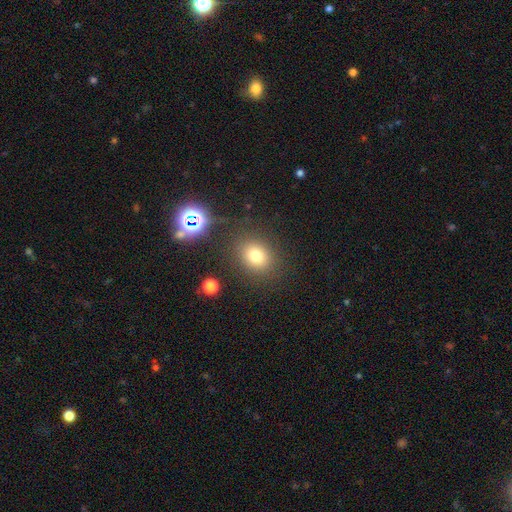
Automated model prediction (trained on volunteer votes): This appears to be a smooth galaxy with no disk features (75%) that is round (59%). Merging: none (81%).